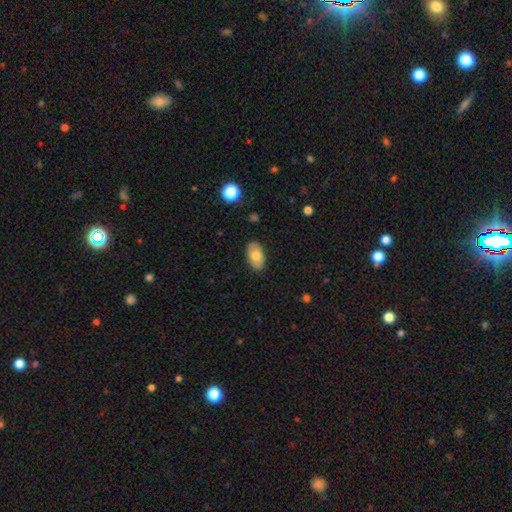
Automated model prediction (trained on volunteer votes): Morphology: type=smooth (76%); roundness=in between (93%); merging=none (87%).